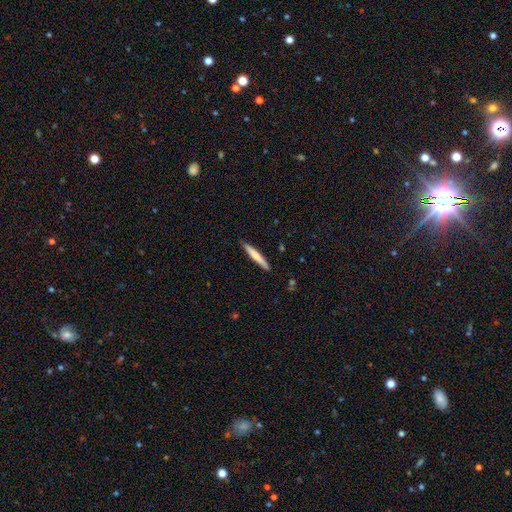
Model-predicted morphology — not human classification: Smooth or featured? smooth (63%)
How rounded? cigar-shaped (95%)
Merging? none (90%)